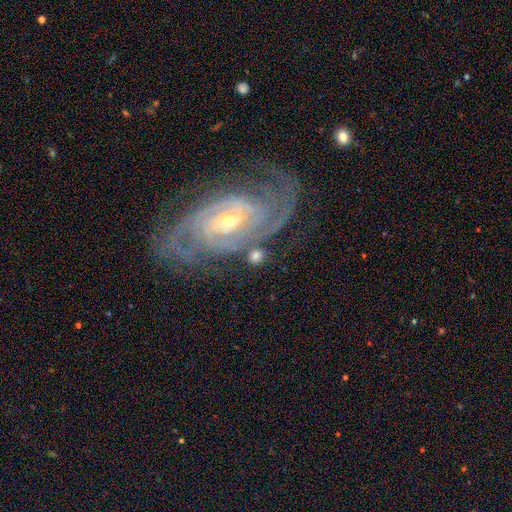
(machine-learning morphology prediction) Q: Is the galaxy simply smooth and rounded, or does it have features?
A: featured or disk — 45%, tied with smooth.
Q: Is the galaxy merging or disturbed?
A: none — 66%.